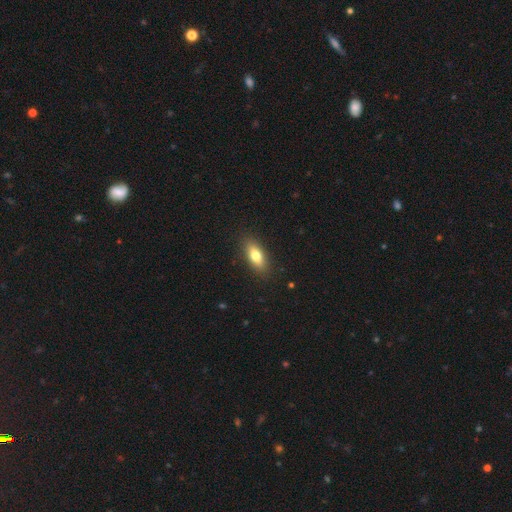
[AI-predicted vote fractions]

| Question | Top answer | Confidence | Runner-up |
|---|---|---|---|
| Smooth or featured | smooth | 77% | featured or disk (16%) |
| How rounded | in between | 78% | cigar-shaped (19%) |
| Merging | none | 88% | minor disturbance (9%) |